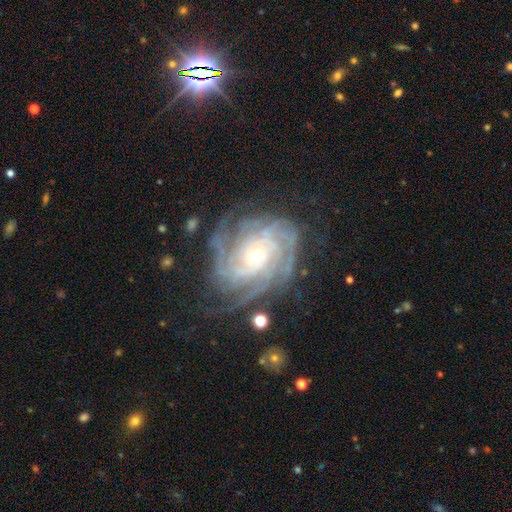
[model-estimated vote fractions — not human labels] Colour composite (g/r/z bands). It shows a featured or disk galaxy (89%) with no bar (73%), 4 (28%) tight (73%) spiral arms (97%) and a small central bulge (66%). Merging: none (70%).